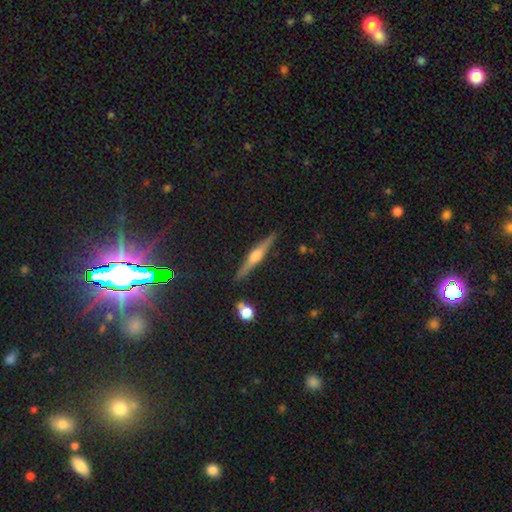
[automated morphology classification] Q: Smooth or featured?
A: featured or disk (74%); runner-up: smooth (19%)
Q: Edge-on disk?
A: yes (98%); runner-up: no (2%)
Q: Edge-on bulge?
A: rounded (89%); runner-up: boxy (7%)
Q: Merging?
A: none (89%); runner-up: minor disturbance (7%)